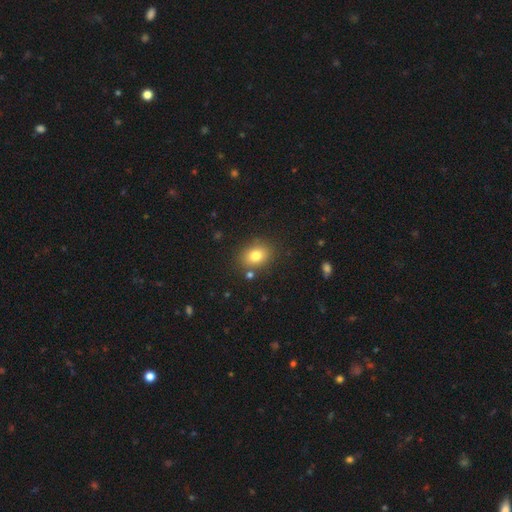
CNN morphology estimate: Overall: smooth (80%). How rounded: in between (63%; round 36%). Merging: none (82%).